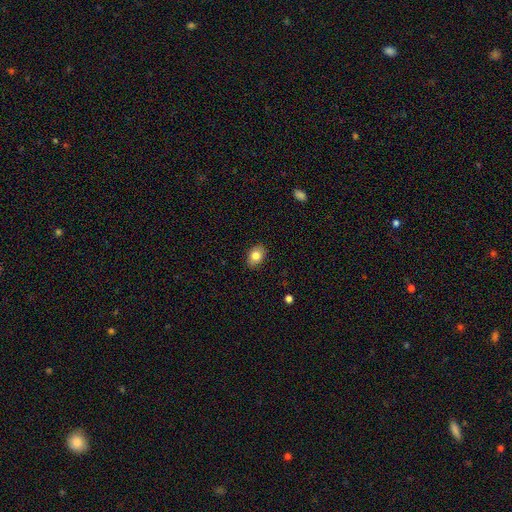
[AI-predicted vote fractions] smooth_or_featured: smooth (p=0.81) [alt: featured or disk p=0.10]
how_rounded: in between (p=0.75) [alt: round p=0.24]
merging: none (p=0.88) [alt: minor disturbance p=0.09]